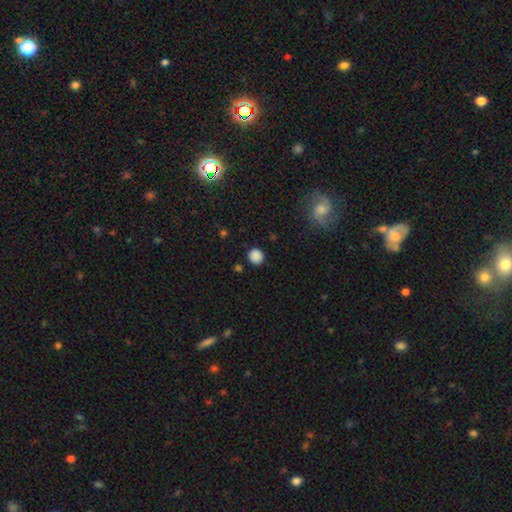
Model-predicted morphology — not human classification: Smooth or featured: smooth — 86% (star or artifact — 11%)
How rounded: round — 90% (in between — 9%)
Merging: none — 89% (minor disturbance — 7%)